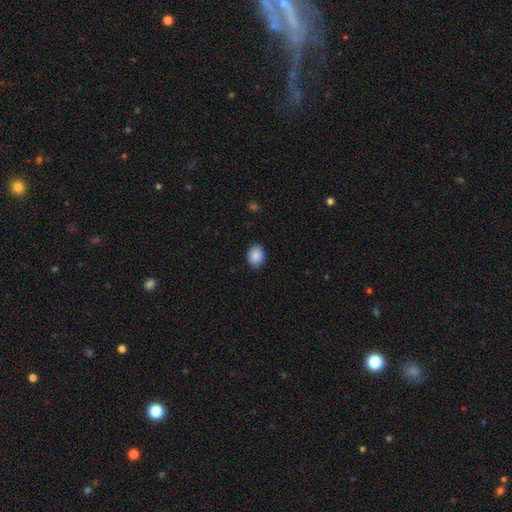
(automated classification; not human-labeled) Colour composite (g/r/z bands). It shows a smooth galaxy with no disk features (88%) that is in between round and cigar-shaped (57%). Merging: none (84%).